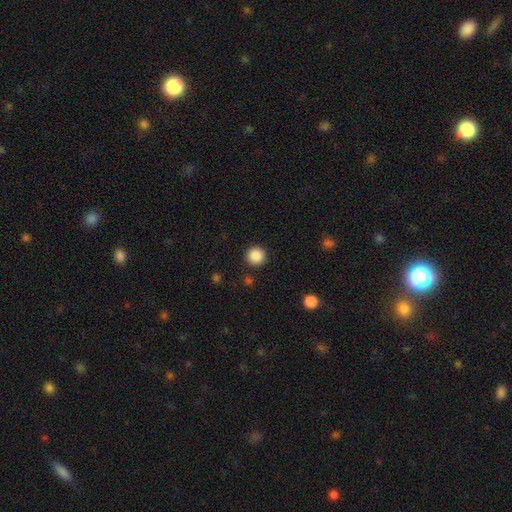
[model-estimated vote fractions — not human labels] smooth-or-featured: smooth: 87% | star or artifact: 10% | featured or disk: 3%
  how-rounded: round: 95% | in between: 4% | cigar-shaped: 1%
  merging: none: 91% | minor disturbance: 5% | major disturbance: 2% | merger: 2%